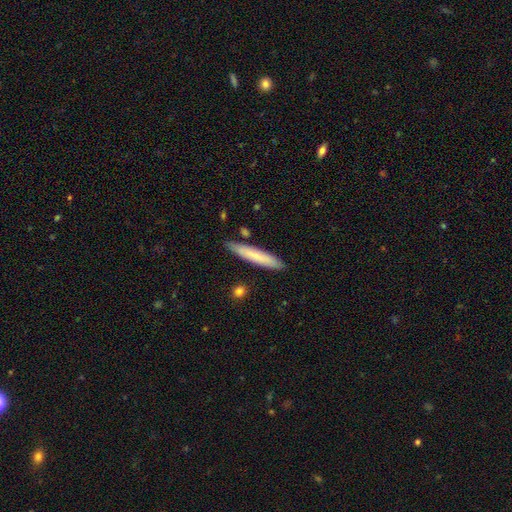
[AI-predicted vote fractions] A smooth galaxy with no disk features (71%) that is cigar-shaped (92%). Merging: none (86%).